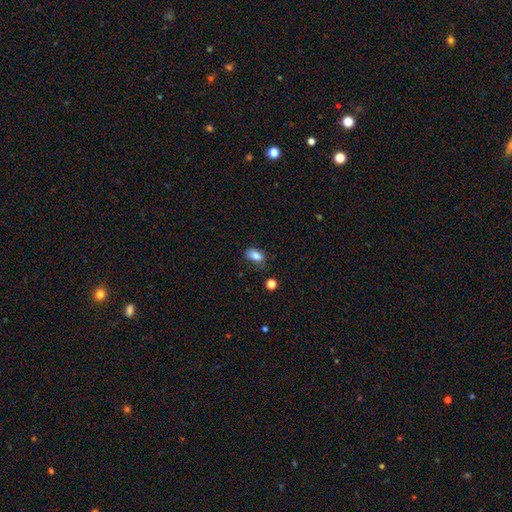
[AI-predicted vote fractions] smooth 83%, star or artifact 9%, featured or disk 8%. Down the decision tree: how rounded — in between (87%); merging — none (67%).